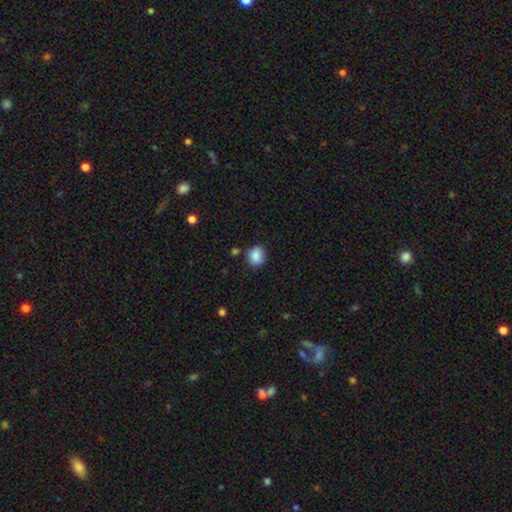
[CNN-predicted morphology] Q: Smooth or featured?
A: smooth (86%); runner-up: star or artifact (8%)
Q: How rounded?
A: round (67%); runner-up: in between (32%)
Q: Merging?
A: none (80%); runner-up: minor disturbance (13%)